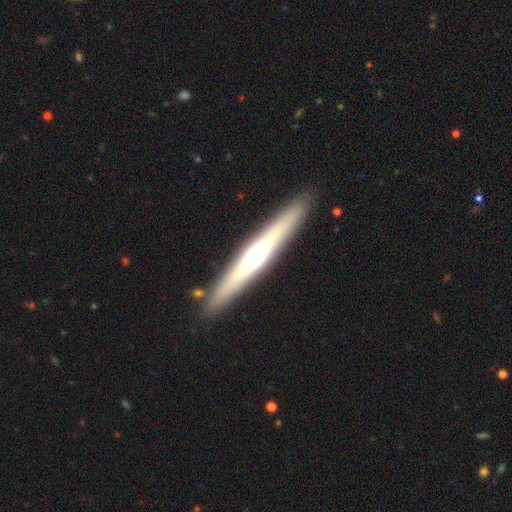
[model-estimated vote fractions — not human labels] featured or disk 60%, smooth 34%, star or artifact 6%. Down the decision tree: edge-on disk — yes (94%); edge-on bulge — rounded (77%); merging — none (90%).